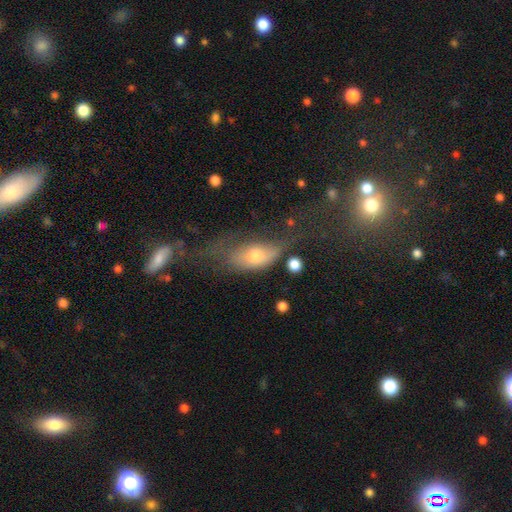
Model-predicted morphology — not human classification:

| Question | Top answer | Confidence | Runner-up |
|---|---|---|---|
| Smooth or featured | smooth | 62% | featured or disk (27%) |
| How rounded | in between | 82% | round (9%) |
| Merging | major disturbance | 44% | none (26%) |